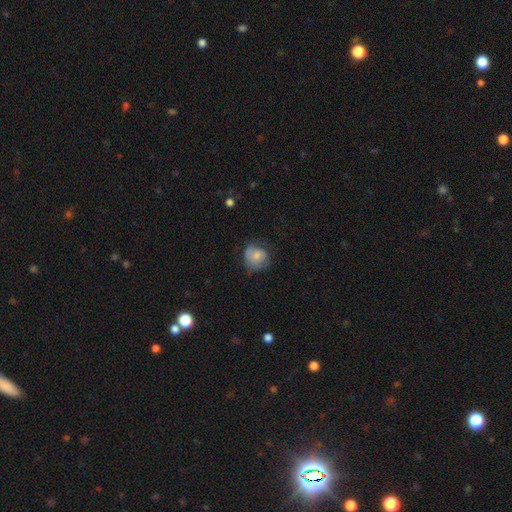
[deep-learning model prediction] Smooth or featured: smooth — 65% (featured or disk — 27%)
How rounded: round — 75% (in between — 24%)
Merging: none — 54% (minor disturbance — 30%)